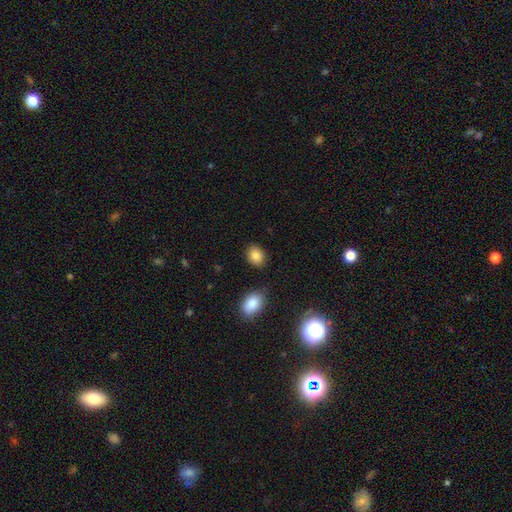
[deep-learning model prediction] Smooth or featured: smooth — 87% (star or artifact — 9%)
How rounded: in between — 61% (round — 38%)
Merging: none — 85% (minor disturbance — 10%)